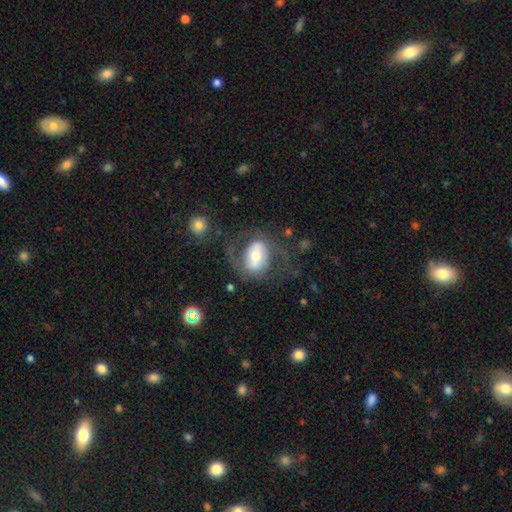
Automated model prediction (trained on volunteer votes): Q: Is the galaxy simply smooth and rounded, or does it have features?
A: featured or disk — 60%.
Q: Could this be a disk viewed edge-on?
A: no — 94%.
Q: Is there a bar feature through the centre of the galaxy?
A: strong — 35%.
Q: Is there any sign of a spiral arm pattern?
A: yes — 58%.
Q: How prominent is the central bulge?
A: moderate — 66%.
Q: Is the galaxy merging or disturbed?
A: none — 55%.